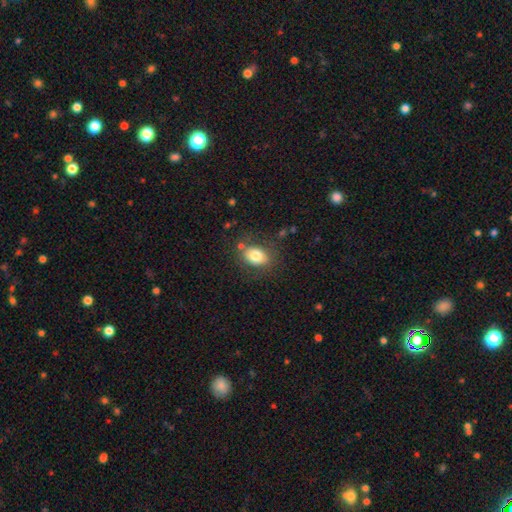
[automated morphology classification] A smooth galaxy with no disk features (78%) that is in between round and cigar-shaped (70%).

Vote fractions:
- Smooth or featured? smooth: 78% / featured or disk: 13% / star or artifact: 9%
- How rounded? in between: 70% / round: 29% / cigar-shaped: 1%
- Merging? none: 75% / minor disturbance: 14% / major disturbance: 6% / merger: 5%